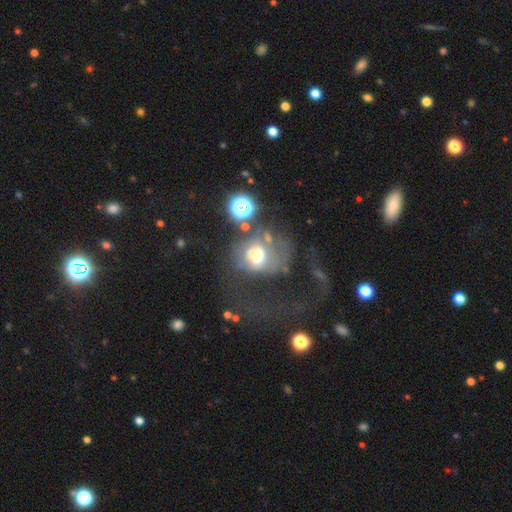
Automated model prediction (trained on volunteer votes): Smooth or featured?
  - smooth: 42% *
  - featured or disk: 38%
  - star or artifact: 20%
Merging?
  - major disturbance: 45% *
  - none: 23%
  - merger: 18%
  - minor disturbance: 15%